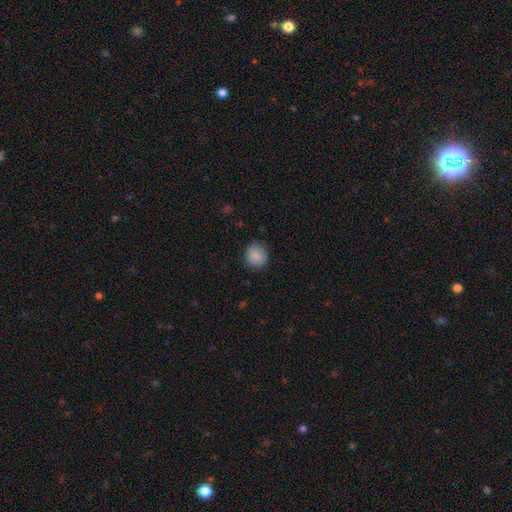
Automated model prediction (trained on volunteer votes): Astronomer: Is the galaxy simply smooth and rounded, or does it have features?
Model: smooth — 88%.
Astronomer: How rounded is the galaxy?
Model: round — 84%.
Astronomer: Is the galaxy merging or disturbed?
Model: none — 86%.